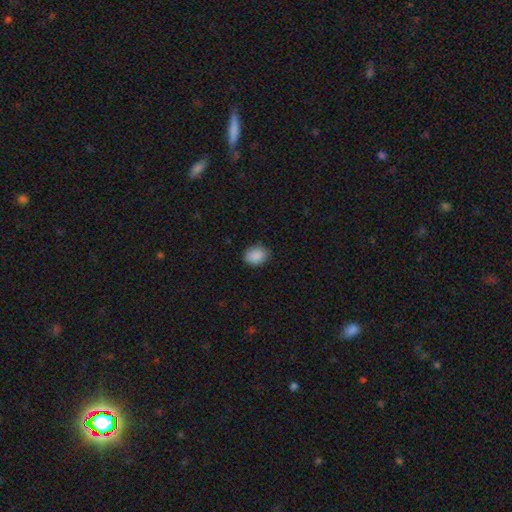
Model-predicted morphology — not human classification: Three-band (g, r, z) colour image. It shows a smooth galaxy with no disk features (89%) that is in between round and cigar-shaped (53%). Merging: none (86%).